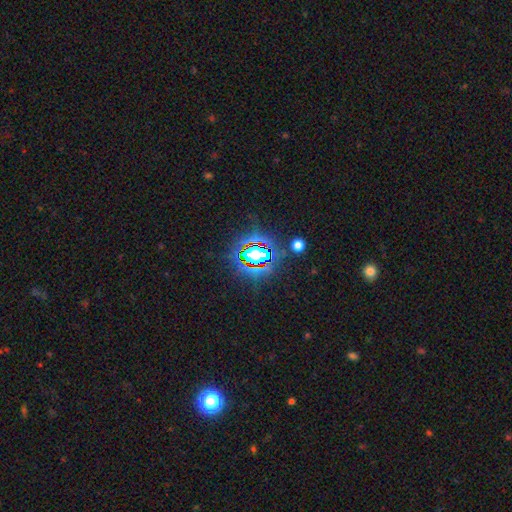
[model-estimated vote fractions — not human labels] Morphology: type=star or artifact (81%).